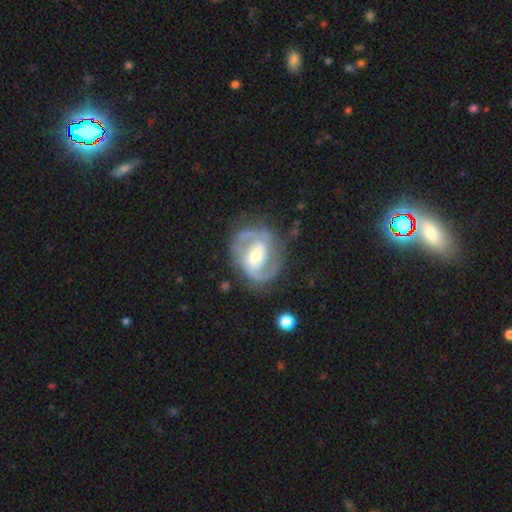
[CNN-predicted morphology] smooth-or-featured: featured or disk: 85% | smooth: 10% | star or artifact: 5%
  disk-edge-on: no: 97% | yes: 3%
    bar: weak: 42% | no: 36% | strong: 22%
    has-spiral-arms: yes: 93% | no: 7%
      spiral-winding: medium: 49% | tight: 33% | loose: 17%
      spiral-arm-count: 2: 81% | can't tell: 8% | 3: 5% | 1: 3% | 4: 1% | more than 4: 1%
    bulge-size: moderate: 62% | small: 29% | large: 7% | none: 1% | dominant: 1%
  merging: none: 73% | minor disturbance: 16% | major disturbance: 9% | merger: 2%